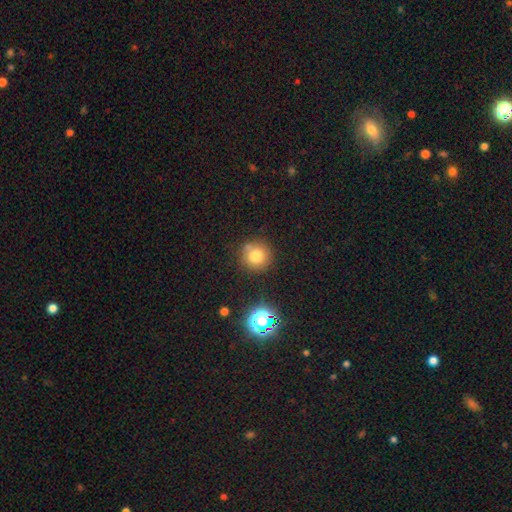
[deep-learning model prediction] Smooth or featured? smooth (76%)
How rounded? round (93%)
Merging? none (79%)